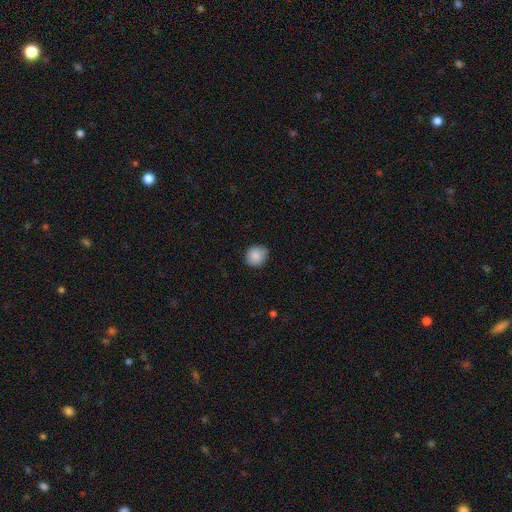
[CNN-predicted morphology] smooth 87%, star or artifact 8%, featured or disk 5%. Down the decision tree: how rounded — round (81%); merging — none (86%).